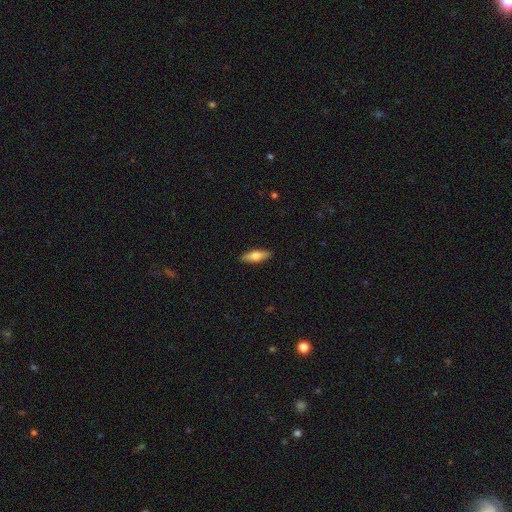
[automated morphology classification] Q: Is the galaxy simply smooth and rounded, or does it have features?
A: smooth — 65%.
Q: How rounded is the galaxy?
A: in between — 52%.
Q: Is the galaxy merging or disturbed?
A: none — 90%.